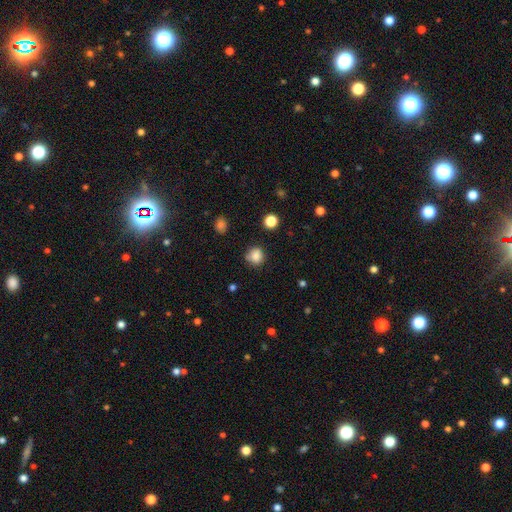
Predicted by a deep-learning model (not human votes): Smooth or featured: smooth — 84% (star or artifact — 11%)
How rounded: round — 86% (in between — 13%)
Merging: none — 78% (minor disturbance — 15%)